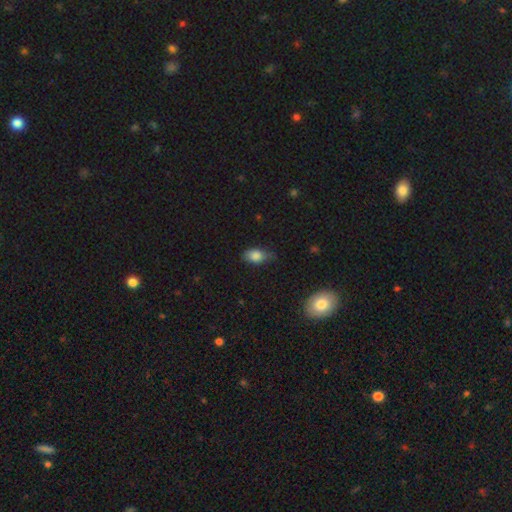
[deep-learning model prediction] The model was most divided on "merging": none: 62%, minor disturbance: 30%, major disturbance: 6%, merger: 2%. More confident: how rounded — in between (85%); smooth or featured — smooth (82%).